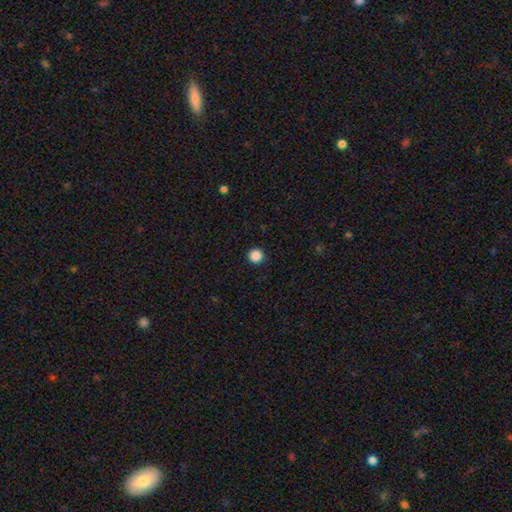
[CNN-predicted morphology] The model was most divided on "smooth or featured": smooth: 88%, star or artifact: 10%, featured or disk: 2%. More confident: how rounded — round (95%); merging — none (93%).